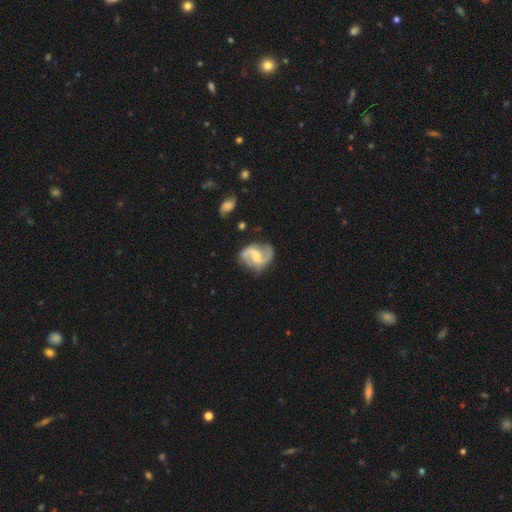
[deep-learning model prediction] featured or disk 90%, smooth 6%, star or artifact 4%. Down the decision tree: edge-on disk — no (98%); bar — weak (50%); spiral arms — yes (98%); spiral arm count — 2 (92%); spiral winding — medium (57%); bulge size — small (50%); merging — none (77%).